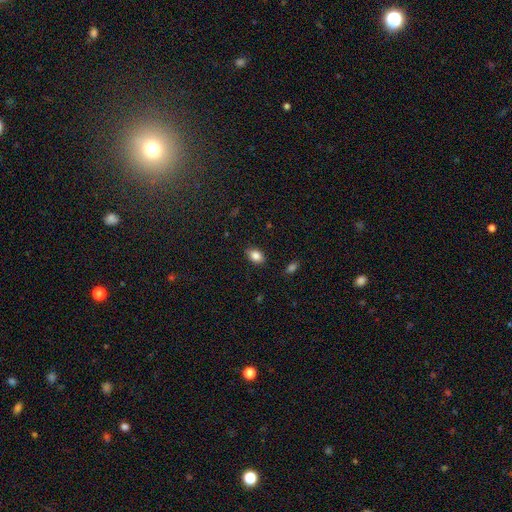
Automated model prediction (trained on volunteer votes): smooth_or_featured: smooth (p=0.85) [alt: star or artifact p=0.08]
how_rounded: in between (p=0.85) [alt: round p=0.13]
merging: none (p=0.87) [alt: minor disturbance p=0.10]